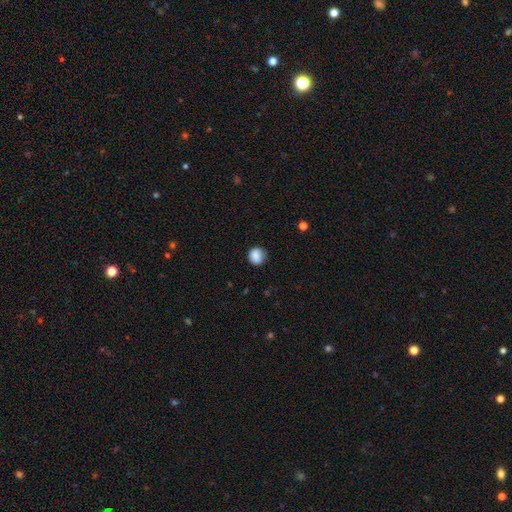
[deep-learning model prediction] This is clearly a smooth galaxy (86%). How rounded: clearly round (84%). Merging: clearly none (80%).